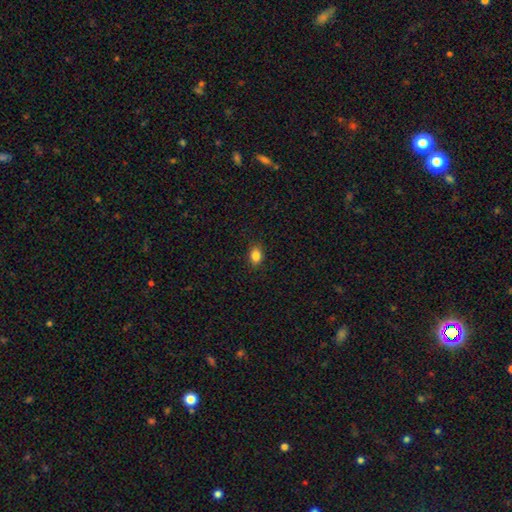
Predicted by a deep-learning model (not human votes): The model was most divided on "how rounded": in between: 71%, round: 27%, cigar-shaped: 1%. More confident: merging — none (88%); smooth or featured — smooth (85%).